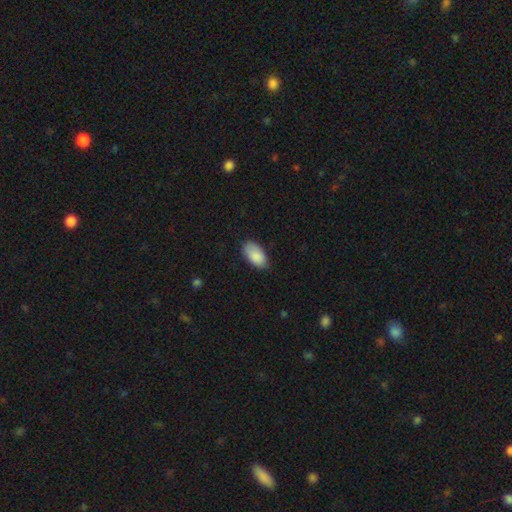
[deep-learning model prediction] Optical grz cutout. It shows a smooth galaxy with no disk features (88%) that is in between round and cigar-shaped (95%). Merging: none (76%).